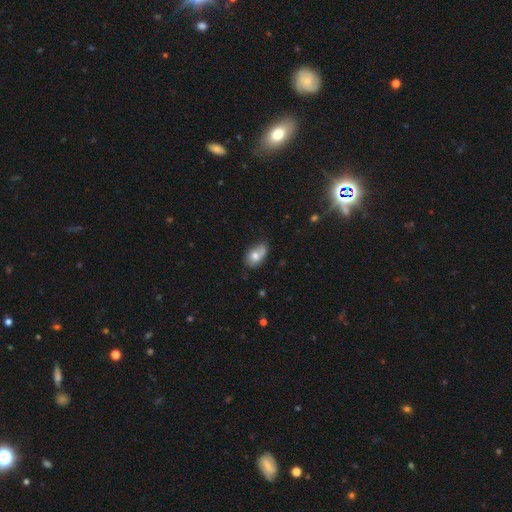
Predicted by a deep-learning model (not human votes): smooth_or_featured: smooth (p=0.72) [alt: featured or disk p=0.19]
how_rounded: in between (p=0.84) [alt: round p=0.15]
merging: none (p=0.41) [alt: minor disturbance p=0.31]